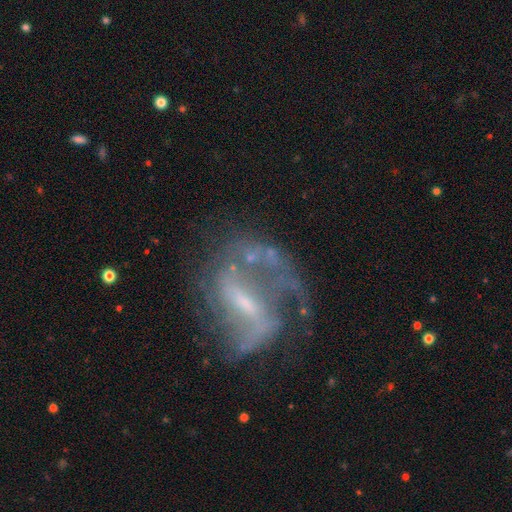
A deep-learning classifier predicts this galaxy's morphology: Smooth or featured? featured or disk (83%)
Edge-on disk? no (96%)
Bar? weak (43%)
Spiral arms? yes (85%)
Spiral winding? loose (48%)
Spiral arm count? 2 (69%)
Bulge size? small (51%)
Merging? none (48%)